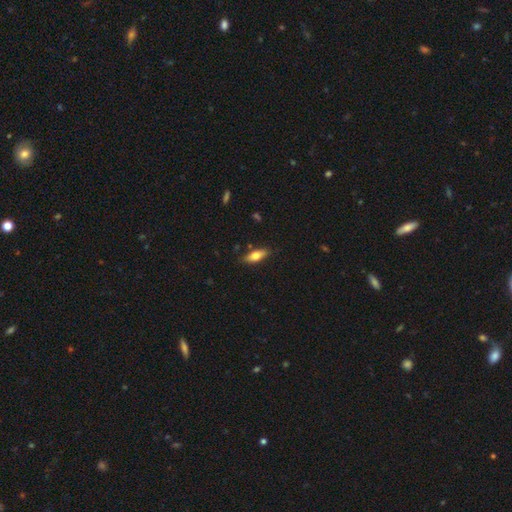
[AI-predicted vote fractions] Q: Smooth or featured?
A: smooth (70%); runner-up: featured or disk (23%)
Q: How rounded?
A: in between (67%); runner-up: cigar-shaped (30%)
Q: Merging?
A: none (82%); runner-up: minor disturbance (13%)